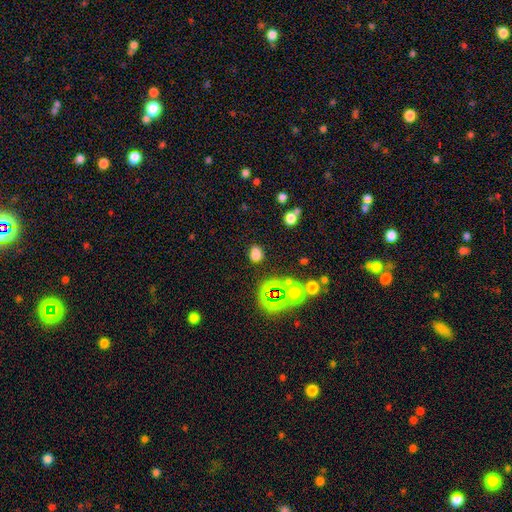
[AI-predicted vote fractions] The model was most divided on "how rounded": in between: 58%, round: 40%, cigar-shaped: 2%. More confident: merging — none (78%); smooth or featured — smooth (69%).